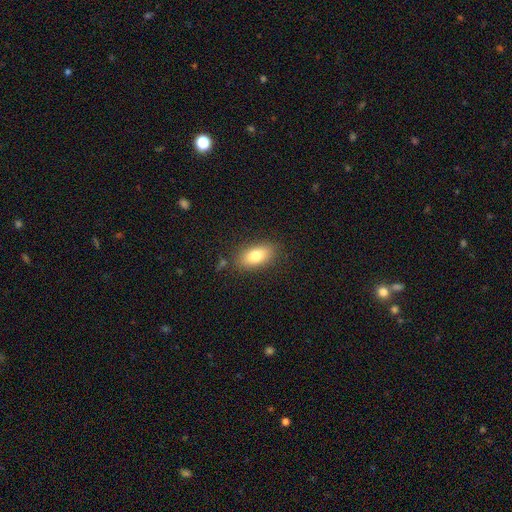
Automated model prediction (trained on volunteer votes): smooth_or_featured: smooth (p=0.80) [alt: featured or disk p=0.13]
how_rounded: in between (p=0.87) [alt: cigar-shaped p=0.08]
merging: none (p=0.83) [alt: minor disturbance p=0.12]